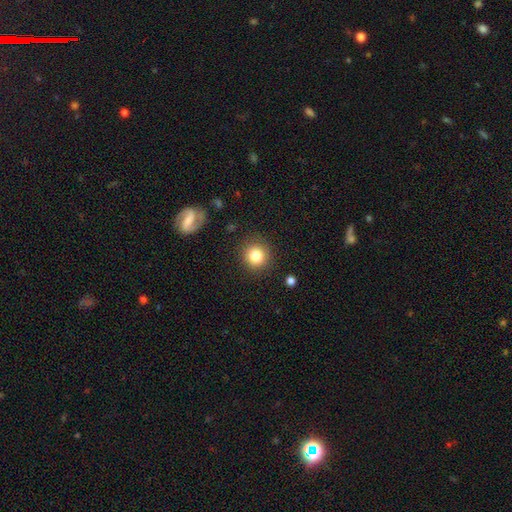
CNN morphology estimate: Overall: smooth (82%). How rounded: round (92%). Merging: none (87%).